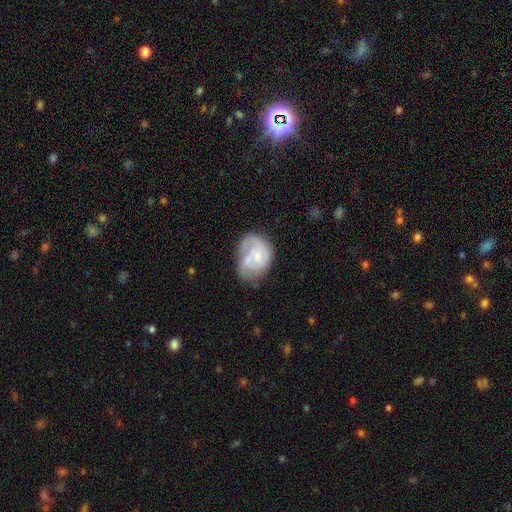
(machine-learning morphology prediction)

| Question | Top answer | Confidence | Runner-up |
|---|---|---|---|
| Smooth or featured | featured or disk | 60% | smooth (33%) |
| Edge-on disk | no | 98% | yes (2%) |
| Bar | no | 58% | weak (36%) |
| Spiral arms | yes | 72% | no (28%) |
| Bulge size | small | 58% | moderate (27%) |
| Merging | none | 39% | minor disturbance (29%) |